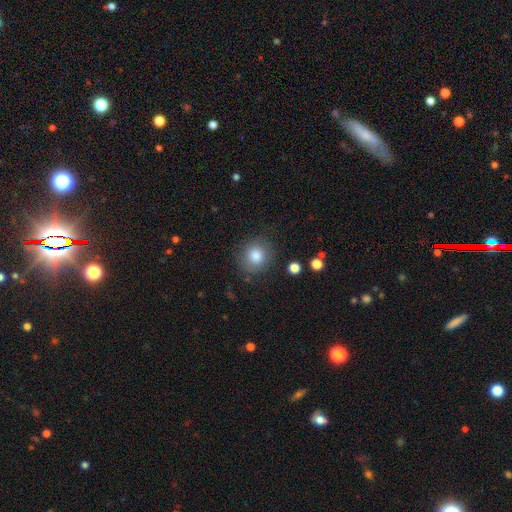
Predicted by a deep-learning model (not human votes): This is clearly a smooth galaxy (83%). How rounded: clearly round (82%). Merging: likely none (80%).